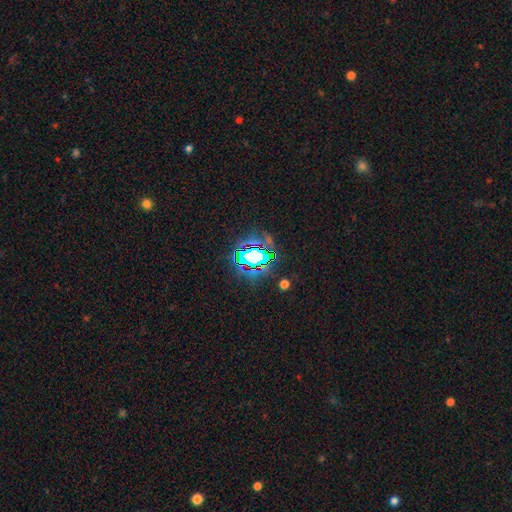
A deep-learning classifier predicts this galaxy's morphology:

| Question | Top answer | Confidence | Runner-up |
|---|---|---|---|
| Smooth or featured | star or artifact | 75% | smooth (14%) |